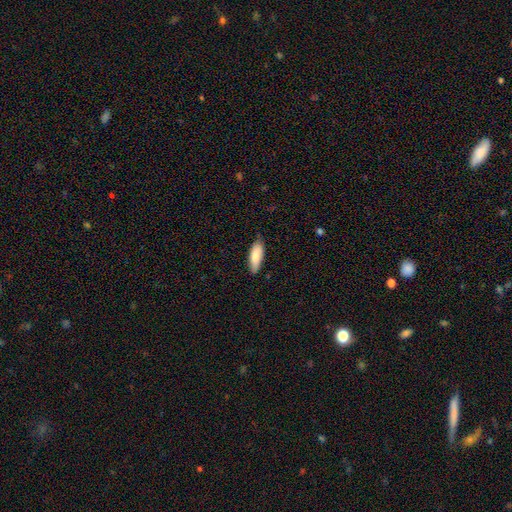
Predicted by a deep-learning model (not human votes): Morphology: type=smooth (82%); roundness=in between (65%); merging=none (77%).